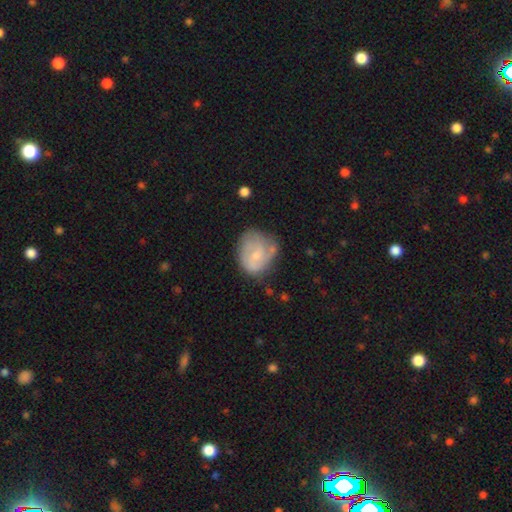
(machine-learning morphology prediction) smooth_or_featured: featured or disk (p=0.50) [alt: smooth p=0.43]
disk_edge_on: no (p=0.97) [alt: yes p=0.03]
merging: none (p=0.50) [alt: minor disturbance p=0.31]